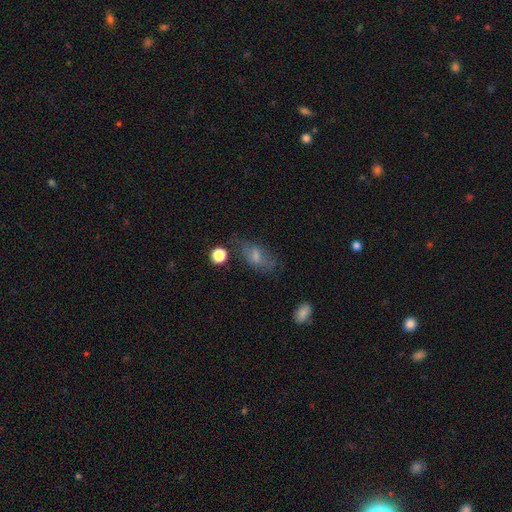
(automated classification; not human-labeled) Smooth or featured? smooth (54%)
How rounded? in between (80%)
Merging? none (62%)